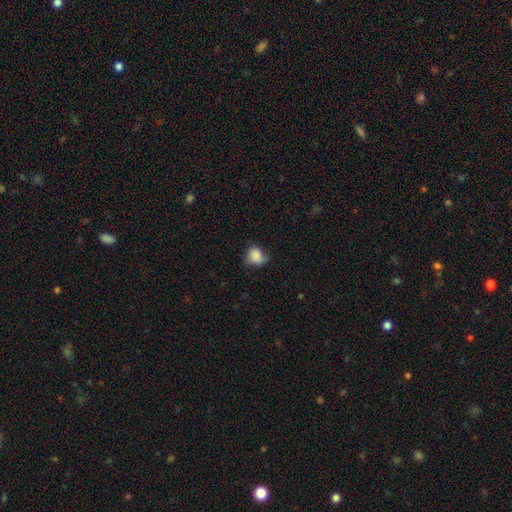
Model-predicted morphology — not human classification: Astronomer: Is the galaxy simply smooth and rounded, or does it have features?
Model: smooth — 83%.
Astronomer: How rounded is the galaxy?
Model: round — 65%.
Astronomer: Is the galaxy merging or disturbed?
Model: none — 49% (runner-up: minor disturbance, 37%).